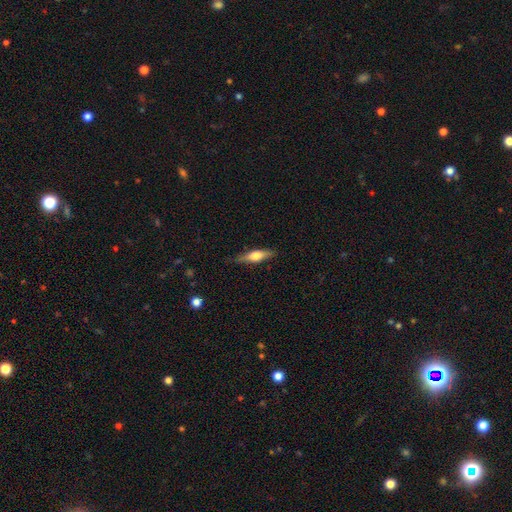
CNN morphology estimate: Smooth or featured? Predicted: smooth (p=0.48). Merging? Predicted: none (p=0.81).